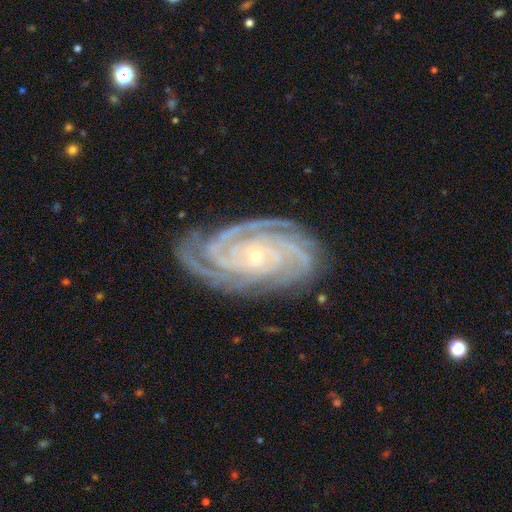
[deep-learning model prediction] This is clearly a featured or disk galaxy (92%). It is clearly not viewed edge-on (97%). Bar: likely no (74%). Spiral arm pattern: clearly yes (99%). Spiral arm count: marginally 4 (31%). Spiral winding: clearly tight (83%). Central bulge: clearly small (81%). Merging: clearly none (81%).